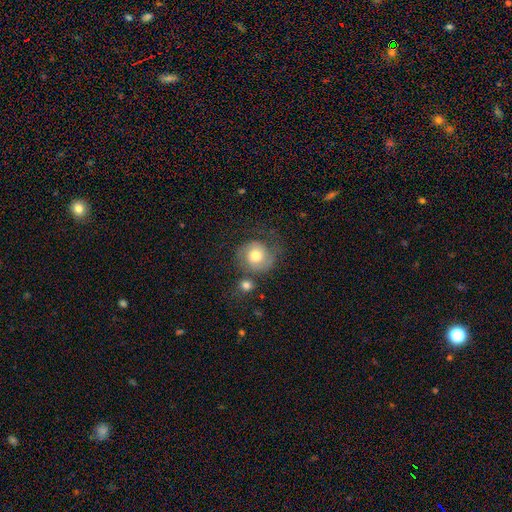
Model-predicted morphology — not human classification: Smooth or featured? smooth (47%)
Merging? none (50%)